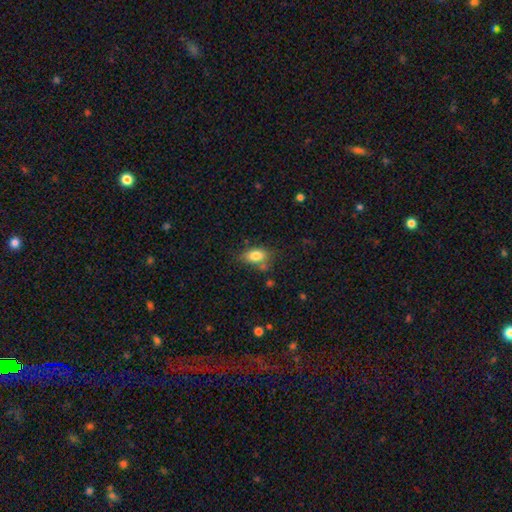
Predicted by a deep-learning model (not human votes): Overall: smooth (82%). How rounded: in between (86%). Merging: none (64%).